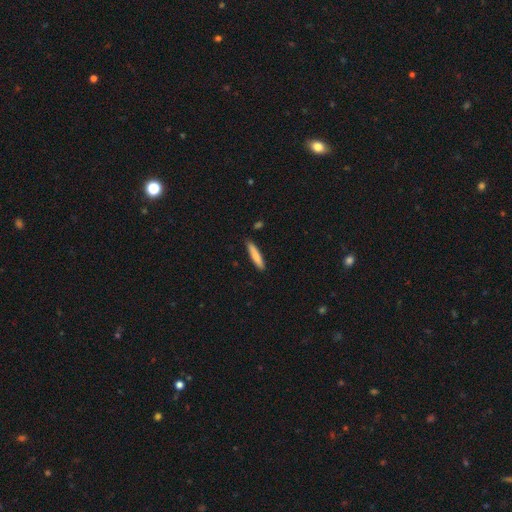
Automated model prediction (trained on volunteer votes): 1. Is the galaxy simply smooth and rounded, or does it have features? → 79% smooth, 15% featured or disk, 6% star or artifact.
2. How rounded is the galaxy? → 89% cigar-shaped, 10% in between, 1% round.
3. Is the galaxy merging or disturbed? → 88% none, 9% minor disturbance, 2% major disturbance, 1% merger.